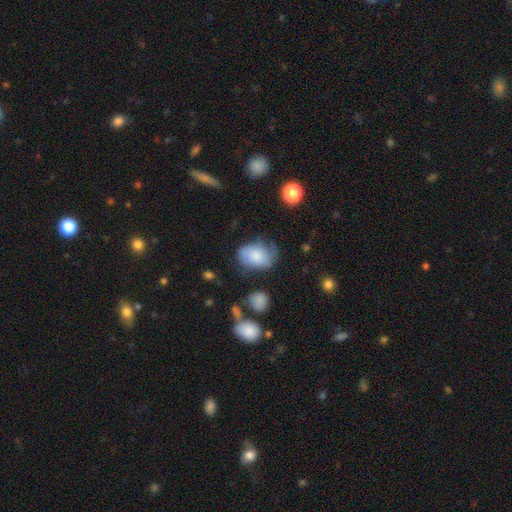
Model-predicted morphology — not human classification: A smooth galaxy with no disk features (71%) that is in between round and cigar-shaped (78%). Merging: none (51%).